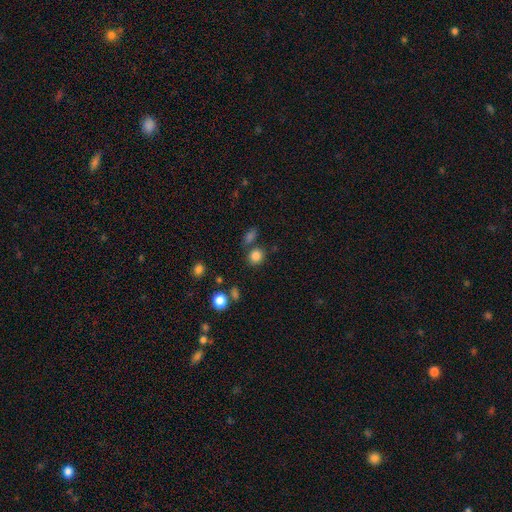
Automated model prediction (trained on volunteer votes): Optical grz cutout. It shows a smooth galaxy with no disk features (83%) that is round (79%). Merging: none (73%).